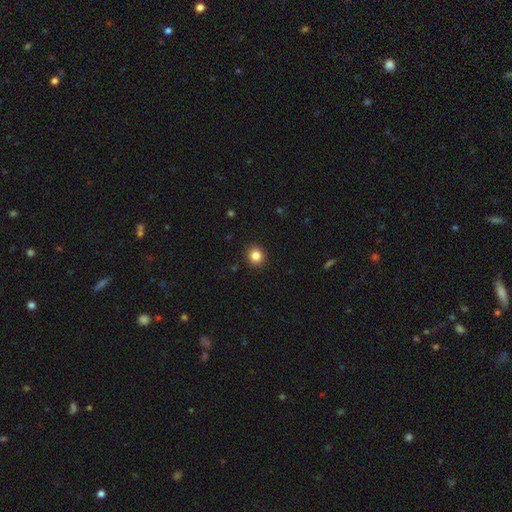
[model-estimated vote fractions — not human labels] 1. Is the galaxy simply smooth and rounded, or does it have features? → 85% smooth, 11% star or artifact, 5% featured or disk.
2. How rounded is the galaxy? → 88% round, 11% in between, 1% cigar-shaped.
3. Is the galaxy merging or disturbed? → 92% none, 5% minor disturbance, 2% major disturbance, 1% merger.